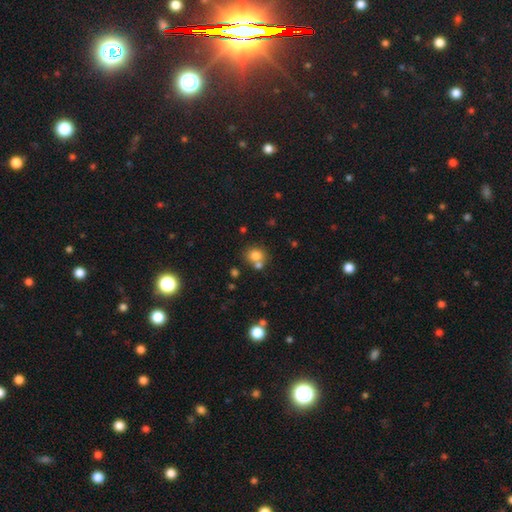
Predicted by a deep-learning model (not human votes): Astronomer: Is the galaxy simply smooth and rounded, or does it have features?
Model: smooth — 78%.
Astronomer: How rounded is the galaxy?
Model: round — 70%.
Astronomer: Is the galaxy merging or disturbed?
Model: none — 57%.